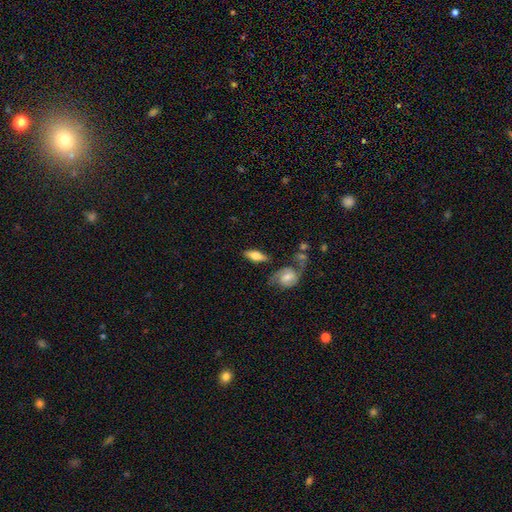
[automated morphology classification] Smooth or featured?
  - smooth: 58% *
  - featured or disk: 35%
  - star or artifact: 6%
How rounded?
  - in between: 73% *
  - cigar-shaped: 23%
  - round: 4%
Merging?
  - none: 71% *
  - minor disturbance: 16%
  - merger: 7%
  - major disturbance: 5%